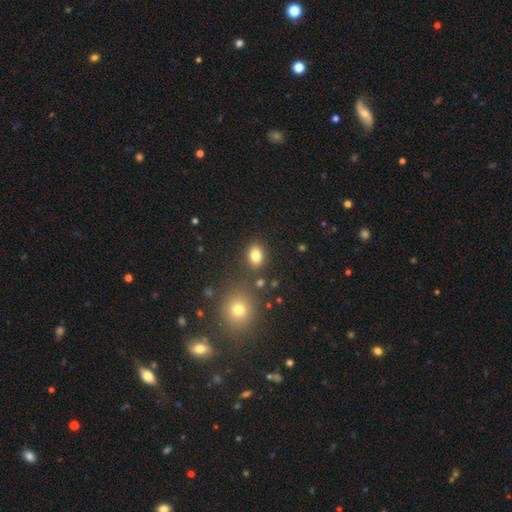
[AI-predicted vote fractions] This is clearly a smooth galaxy (81%). How rounded: likely in between (70%). Merging: clearly none (81%).